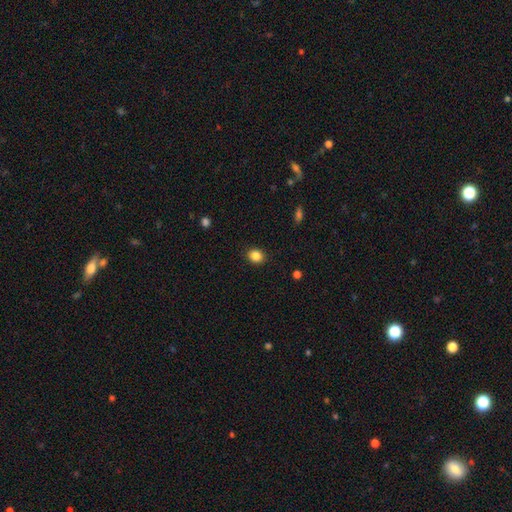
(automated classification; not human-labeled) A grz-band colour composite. It shows a smooth galaxy with no disk features (85%) that is round (68%). Merging: none (90%).